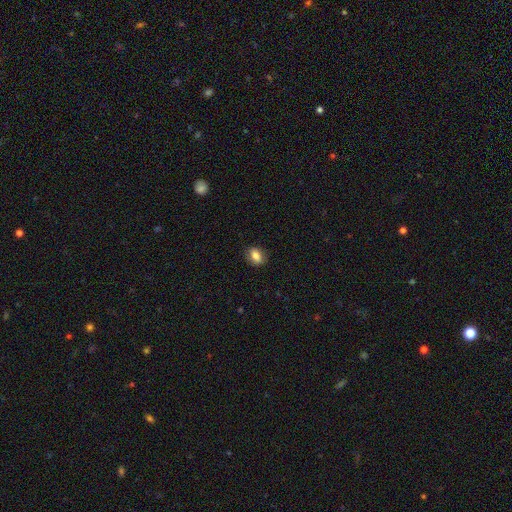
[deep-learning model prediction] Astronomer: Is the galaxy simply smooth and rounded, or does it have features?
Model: smooth — 81%.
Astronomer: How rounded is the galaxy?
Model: in between — 73%.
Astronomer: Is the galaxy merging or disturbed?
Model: none — 84%.